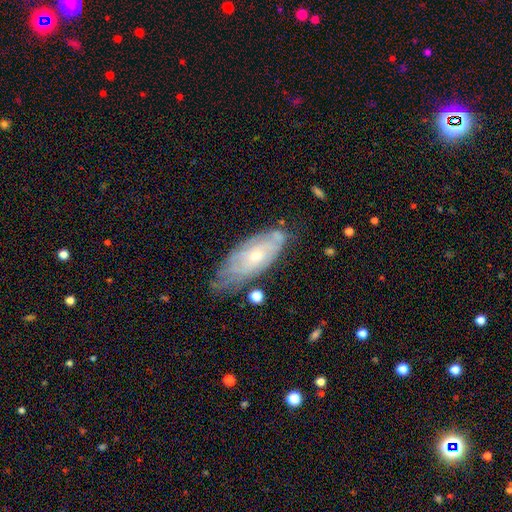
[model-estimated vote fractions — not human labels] smooth-or-featured: featured or disk: 68% | smooth: 26% | star or artifact: 7%
  disk-edge-on: no: 88% | yes: 12%
    bar: no: 78% | weak: 19% | strong: 3%
    has-spiral-arms: yes: 77% | no: 23%
    bulge-size: small: 61% | moderate: 35% | large: 2% | none: 1% | dominant: 1%
  merging: none: 57% | minor disturbance: 30% | major disturbance: 10% | merger: 4%